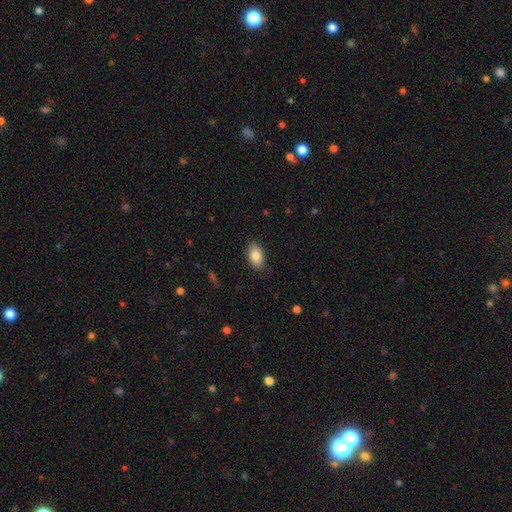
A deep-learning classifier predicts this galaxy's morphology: smooth-or-featured: smooth: 84% | featured or disk: 9% | star or artifact: 7%
  how-rounded: in between: 92% | round: 6% | cigar-shaped: 2%
  merging: none: 85% | minor disturbance: 12% | major disturbance: 2% | merger: 1%